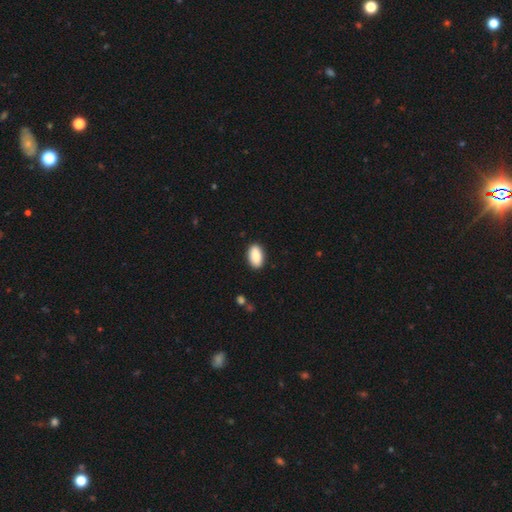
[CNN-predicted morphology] This appears to be a smooth galaxy with no disk features (89%) that is in between round and cigar-shaped (94%). Merging: none (89%).